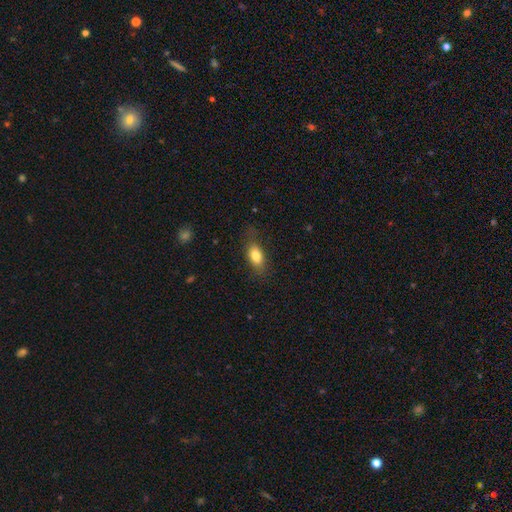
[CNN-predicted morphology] A smooth galaxy with no disk features (80%) that is in between round and cigar-shaped (84%). Merging: none (74%).